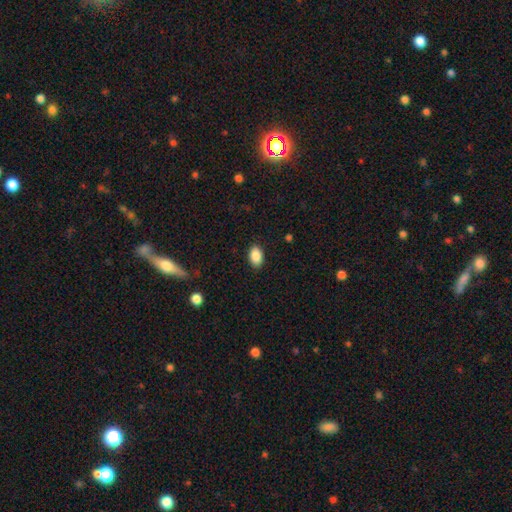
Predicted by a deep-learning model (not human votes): A smooth galaxy with no disk features (88%) that is in between round and cigar-shaped (90%). Merging: none (88%).